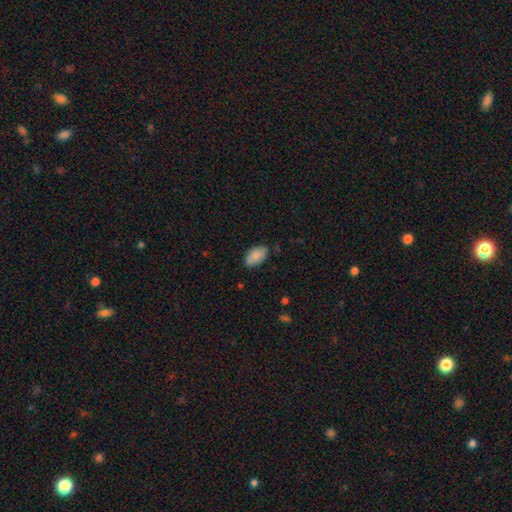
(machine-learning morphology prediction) This appears to be a smooth galaxy with no disk features (86%) that is in between round and cigar-shaped (94%). Merging: none (78%).